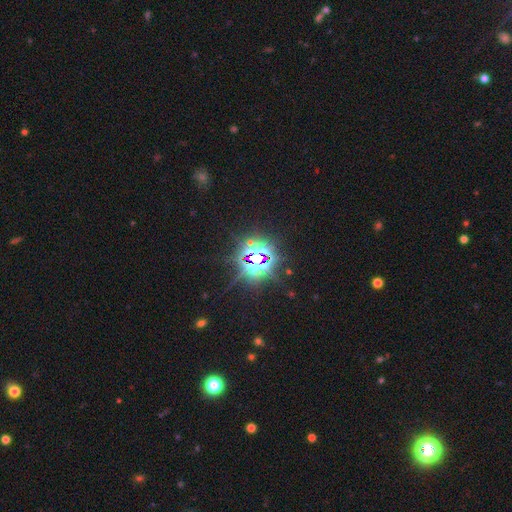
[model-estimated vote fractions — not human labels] This is clearly a star or artifact rather than a galaxy (83%).